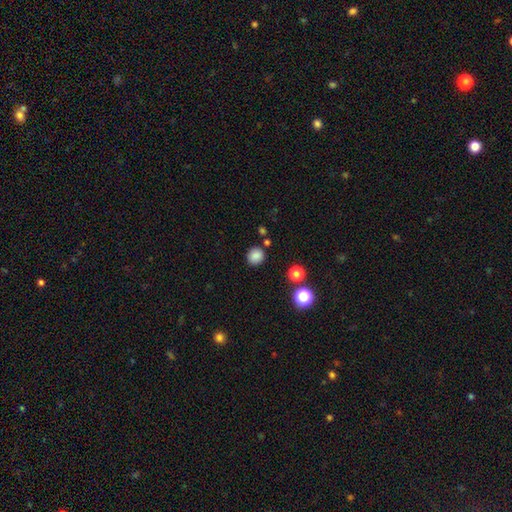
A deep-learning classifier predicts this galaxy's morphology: A smooth galaxy with no disk features (84%) that is round (86%).

Vote fractions:
- Smooth or featured? smooth: 84% / star or artifact: 12% / featured or disk: 4%
- How rounded? round: 86% / in between: 13% / cigar-shaped: 1%
- Merging? none: 84% / minor disturbance: 9% / merger: 4% / major disturbance: 3%